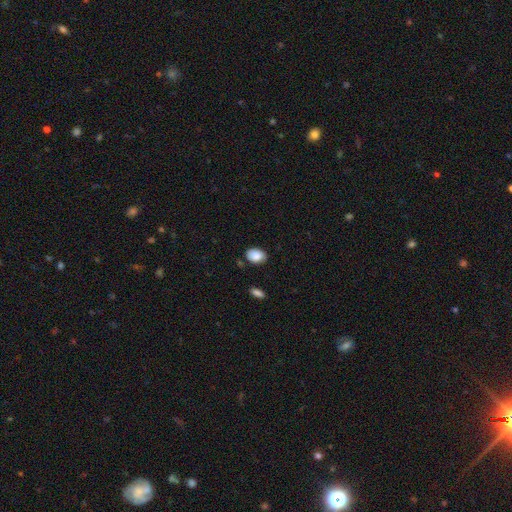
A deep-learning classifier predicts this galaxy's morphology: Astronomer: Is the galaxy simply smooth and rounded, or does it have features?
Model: smooth — 88%.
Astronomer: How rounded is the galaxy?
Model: in between — 81%.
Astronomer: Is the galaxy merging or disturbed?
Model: none — 78%.